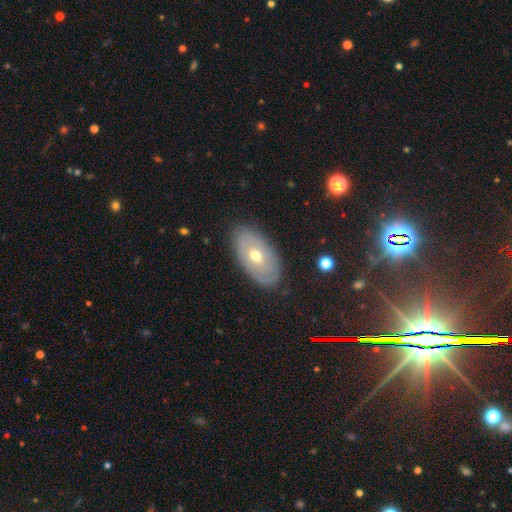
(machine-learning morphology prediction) Smooth or featured? featured or disk (52%)
Edge-on disk? no (87%)
Merging? none (85%)